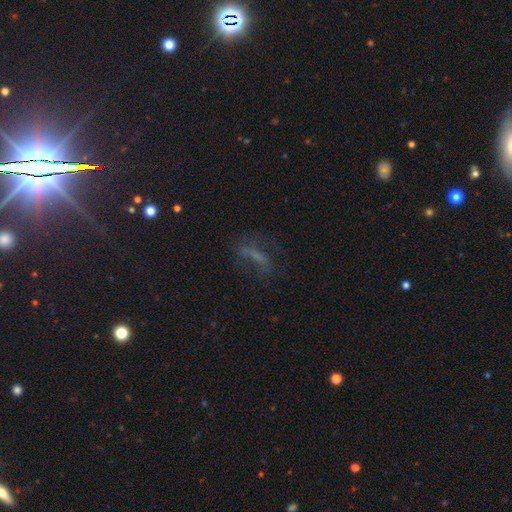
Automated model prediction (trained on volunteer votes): This appears to be a smooth galaxy with no disk features (38%). Merging: none (53%).